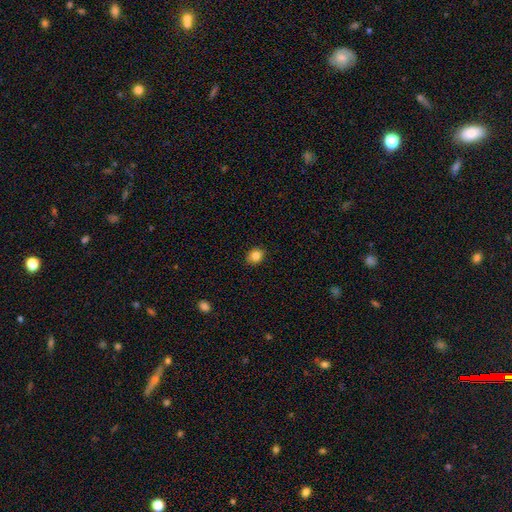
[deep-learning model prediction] Smooth or featured? Predicted: smooth (p=0.84). How rounded? Predicted: round (p=0.59). Merging? Predicted: none (p=0.88).